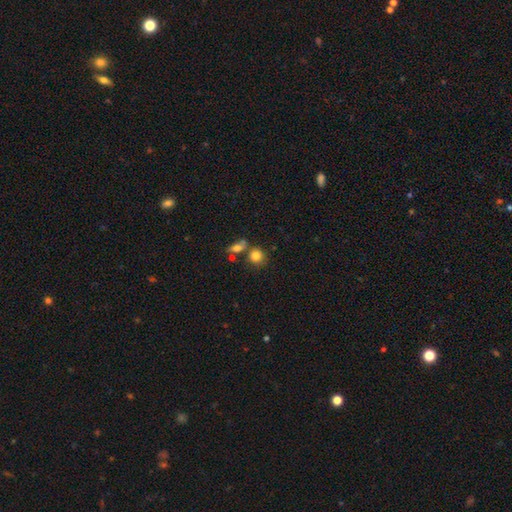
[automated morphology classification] A smooth galaxy with no disk features (81%) that is round (83%). Merging: none (65%).